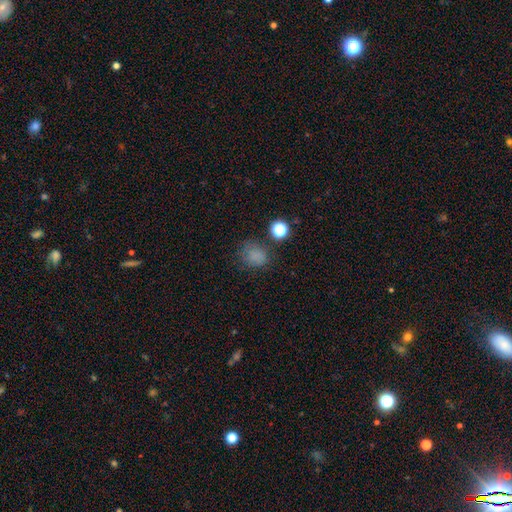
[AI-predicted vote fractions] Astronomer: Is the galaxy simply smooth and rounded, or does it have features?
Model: smooth — 73%.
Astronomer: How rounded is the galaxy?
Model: round — 62%.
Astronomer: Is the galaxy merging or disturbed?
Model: none — 67%.